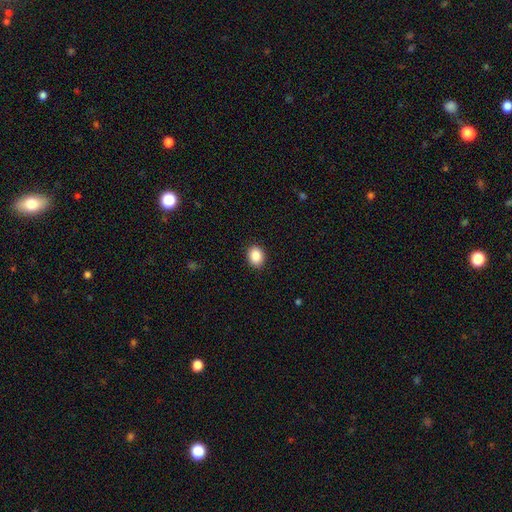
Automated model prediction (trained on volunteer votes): Smooth or featured? Predicted: smooth (p=0.88). How rounded? Predicted: in between (p=0.52). Merging? Predicted: none (p=0.91).